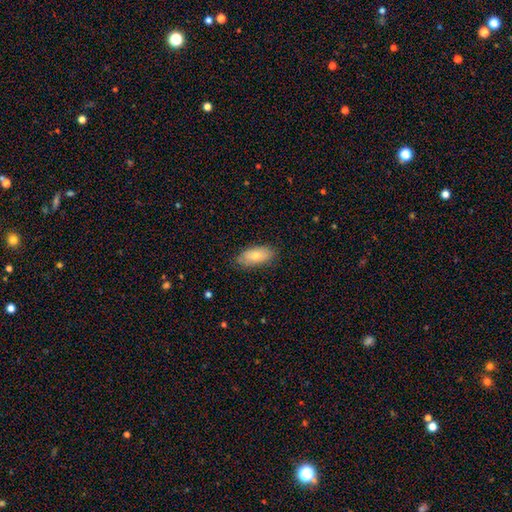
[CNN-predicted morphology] Overall: smooth (75%). How rounded: in between (89%). Merging: none (82%).